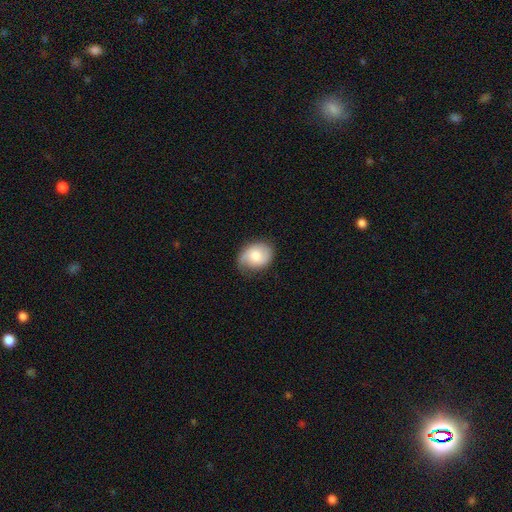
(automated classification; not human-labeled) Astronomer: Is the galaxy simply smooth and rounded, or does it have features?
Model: smooth — 66%.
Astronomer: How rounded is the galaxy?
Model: in between — 60% (runner-up: round, 39%).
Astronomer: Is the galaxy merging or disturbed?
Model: none — 68%.